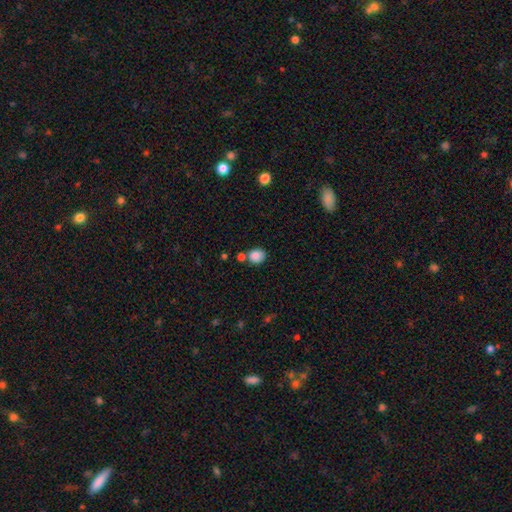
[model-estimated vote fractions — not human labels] A smooth galaxy with no disk features (86%) that is round (70%).

Vote fractions:
- Smooth or featured? smooth: 86% / star or artifact: 10% / featured or disk: 4%
- How rounded? round: 70% / in between: 29% / cigar-shaped: 1%
- Merging? none: 66% / merger: 18% / minor disturbance: 12% / major disturbance: 4%